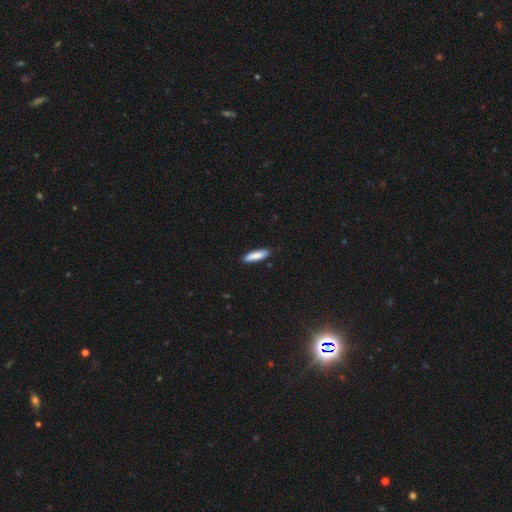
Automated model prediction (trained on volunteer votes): The model was most divided on "how rounded": cigar-shaped: 70%, in between: 29%, round: 1%. More confident: merging — none (88%); smooth or featured — smooth (84%).